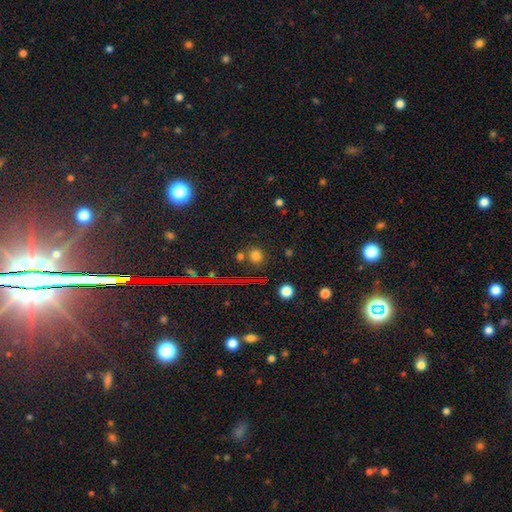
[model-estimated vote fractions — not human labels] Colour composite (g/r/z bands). It shows a smooth galaxy with no disk features (71%) that is round (84%). Merging: none (74%).